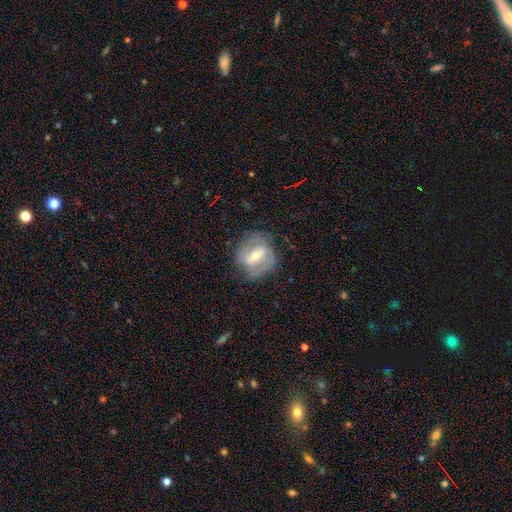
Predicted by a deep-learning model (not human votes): Q: Smooth or featured?
A: featured or disk (70%); runner-up: smooth (23%)
Q: Edge-on disk?
A: no (93%); runner-up: yes (7%)
Q: Bar?
A: strong (43%); runner-up: weak (41%)
Q: Spiral arms?
A: yes (67%); runner-up: no (33%)
Q: Bulge size?
A: moderate (59%); runner-up: small (36%)
Q: Merging?
A: none (67%); runner-up: minor disturbance (21%)